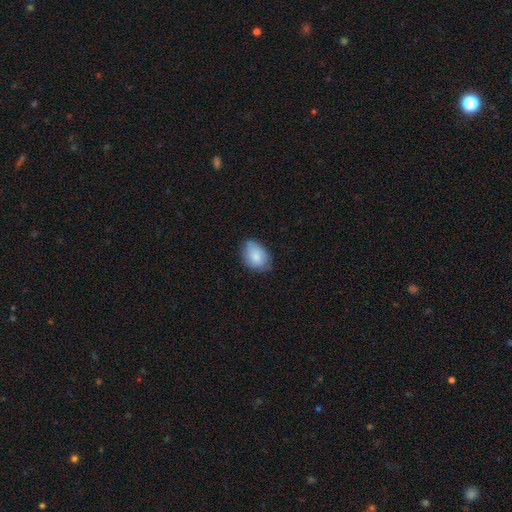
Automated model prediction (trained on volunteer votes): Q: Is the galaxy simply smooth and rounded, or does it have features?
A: smooth — 83%.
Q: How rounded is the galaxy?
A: in between — 82%.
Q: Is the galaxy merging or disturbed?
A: none — 68%.